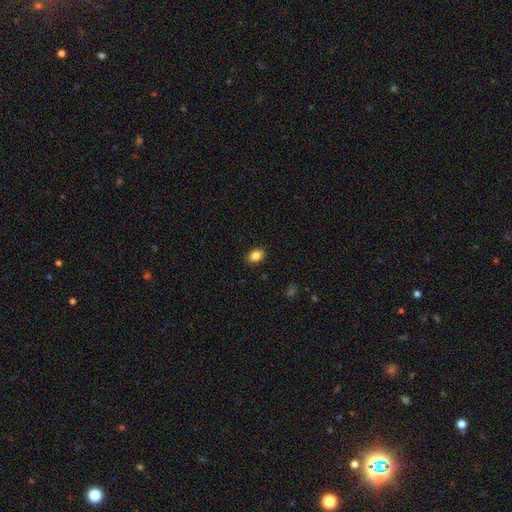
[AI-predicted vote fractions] smooth 86%, star or artifact 9%, featured or disk 5%. Down the decision tree: how rounded — in between (74%); merging — none (89%).